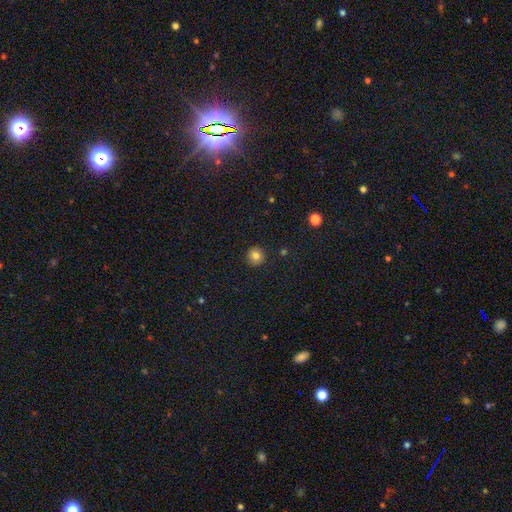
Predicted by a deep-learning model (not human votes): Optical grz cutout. It shows a smooth galaxy with no disk features (82%) that is round (93%). Merging: none (91%).